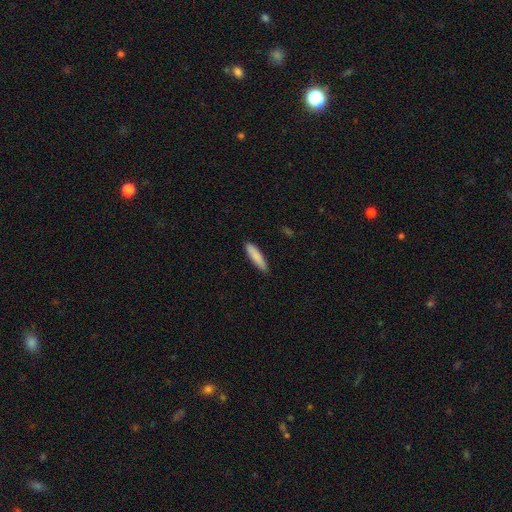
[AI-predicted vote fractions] smooth_or_featured: smooth (p=0.85) [alt: featured or disk p=0.10]
how_rounded: cigar-shaped (p=0.82) [alt: in between p=0.17]
merging: none (p=0.88) [alt: minor disturbance p=0.09]